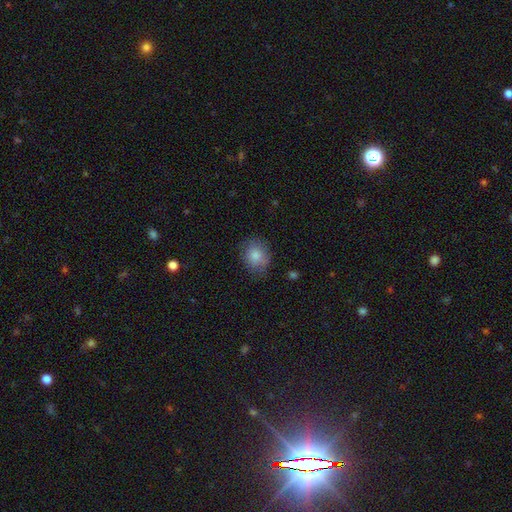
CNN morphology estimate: Smooth or featured: smooth — 83% (featured or disk — 9%)
How rounded: round — 65% (in between — 34%)
Merging: none — 73% (minor disturbance — 20%)